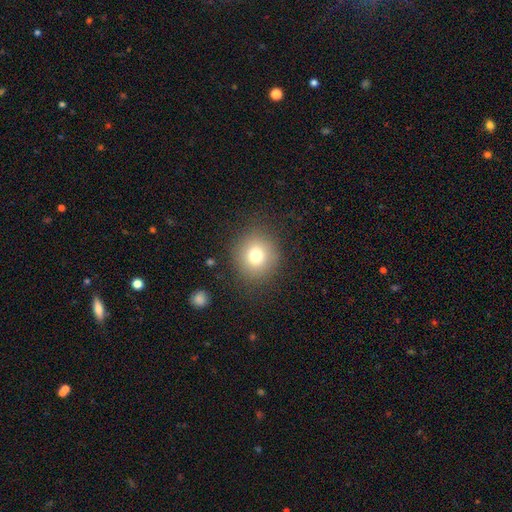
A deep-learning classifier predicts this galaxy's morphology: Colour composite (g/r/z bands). It shows a smooth galaxy with no disk features (76%) that is round (87%). Merging: none (84%).